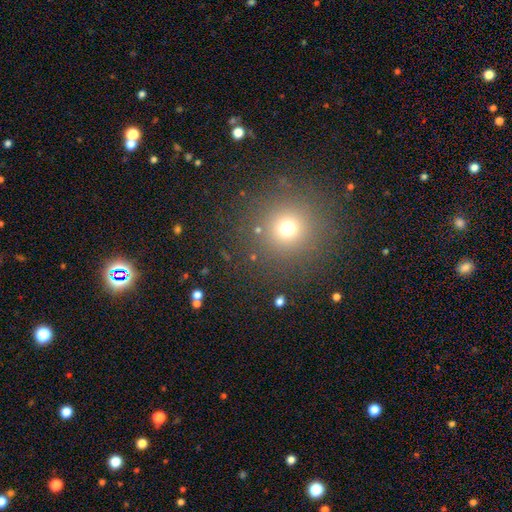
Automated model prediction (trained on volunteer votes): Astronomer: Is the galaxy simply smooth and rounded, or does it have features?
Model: smooth — 58% (runner-up: star or artifact, 35%).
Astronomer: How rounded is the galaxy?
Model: round — 95%.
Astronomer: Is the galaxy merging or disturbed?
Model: none — 90%.